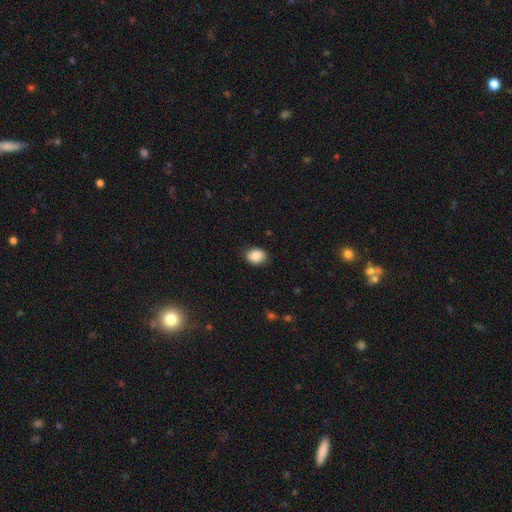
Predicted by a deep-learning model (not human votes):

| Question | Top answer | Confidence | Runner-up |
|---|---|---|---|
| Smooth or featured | smooth | 87% | star or artifact (8%) |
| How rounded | in between | 60% | round (39%) |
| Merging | none | 82% | minor disturbance (14%) |